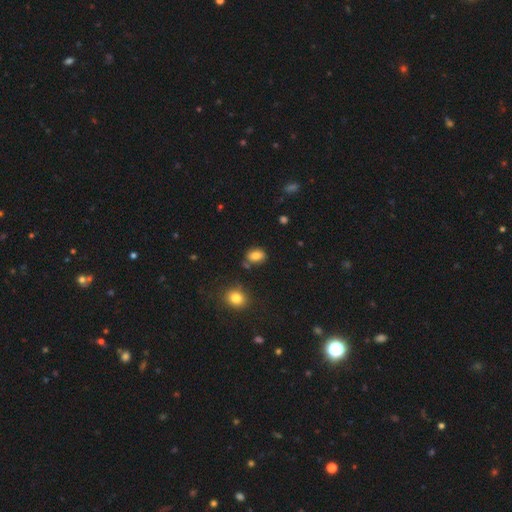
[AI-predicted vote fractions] This is clearly a smooth galaxy (82%). How rounded: likely in between (74%). Merging: likely none (77%).